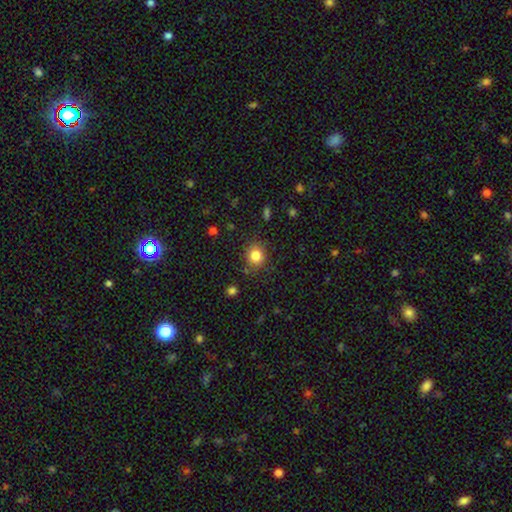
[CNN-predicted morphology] Smooth or featured: smooth — 83% (star or artifact — 11%)
How rounded: round — 81% (in between — 18%)
Merging: none — 82% (minor disturbance — 12%)